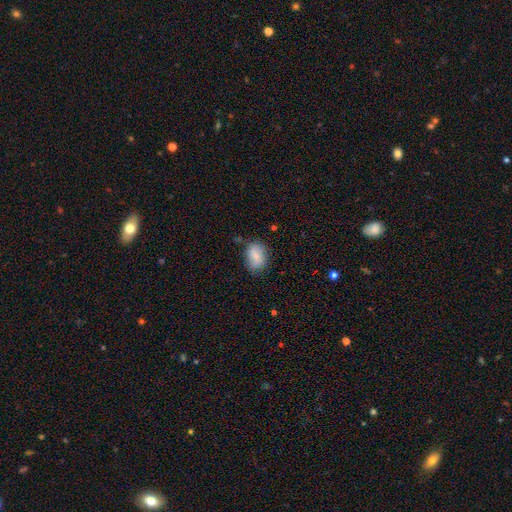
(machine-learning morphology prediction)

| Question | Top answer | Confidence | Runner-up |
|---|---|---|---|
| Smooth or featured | smooth | 71% | featured or disk (21%) |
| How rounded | in between | 73% | round (26%) |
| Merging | none | 68% | minor disturbance (24%) |